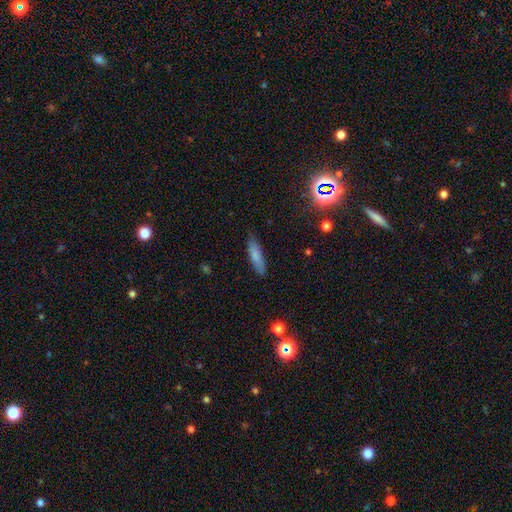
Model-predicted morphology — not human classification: This appears to be a smooth galaxy with no disk features (78%) that is cigar-shaped (68%). Merging: none (81%).